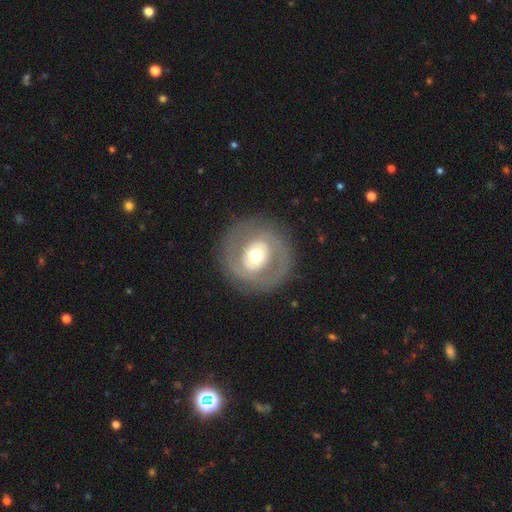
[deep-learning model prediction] Q: Smooth or featured?
A: featured or disk (57%); runner-up: smooth (37%)
Q: Edge-on disk?
A: no (96%); runner-up: yes (4%)
Q: Bar?
A: no (69%); runner-up: weak (20%)
Q: Spiral arms?
A: no (77%); runner-up: yes (23%)
Q: Bulge size?
A: moderate (61%); runner-up: large (27%)
Q: Merging?
A: none (82%); runner-up: minor disturbance (9%)